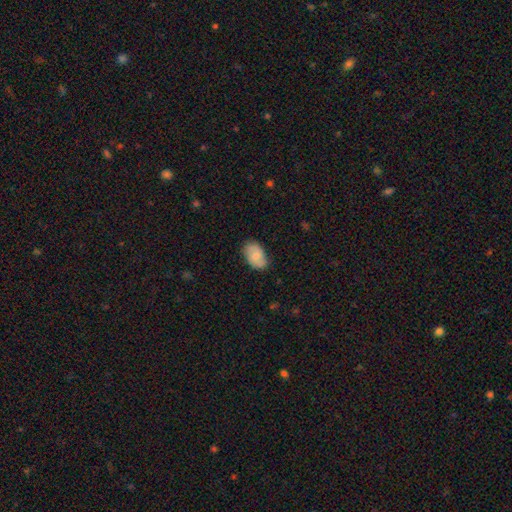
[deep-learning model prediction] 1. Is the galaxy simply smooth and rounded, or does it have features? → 71% smooth, 23% featured or disk, 6% star or artifact.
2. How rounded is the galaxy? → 91% in between, 7% round, 1% cigar-shaped.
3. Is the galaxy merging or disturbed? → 79% none, 17% minor disturbance, 3% major disturbance, 1% merger.